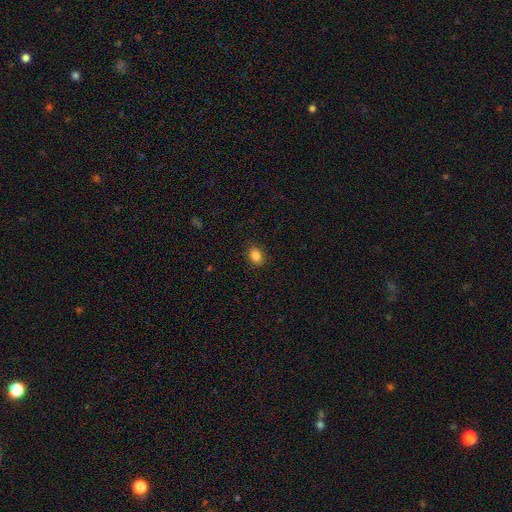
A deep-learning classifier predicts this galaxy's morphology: Overall: smooth (84%). How rounded: in between (61%; round 38%). Merging: none (89%).